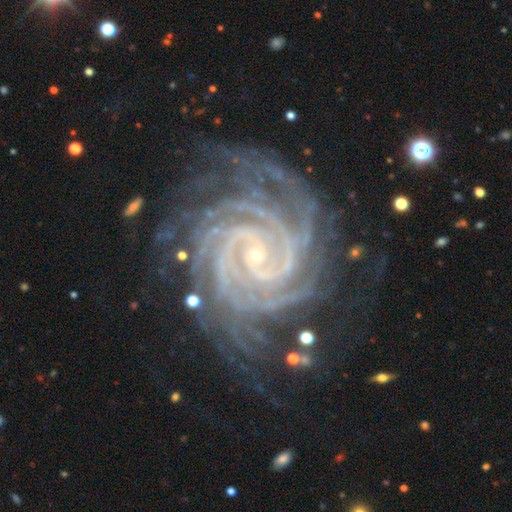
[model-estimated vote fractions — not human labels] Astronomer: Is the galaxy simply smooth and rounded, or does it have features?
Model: featured or disk — 93%.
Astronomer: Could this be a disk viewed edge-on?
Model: no — 98%.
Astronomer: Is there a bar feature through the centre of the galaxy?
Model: no — 49% (runner-up: weak, 31%).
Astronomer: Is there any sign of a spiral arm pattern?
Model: yes — 99%.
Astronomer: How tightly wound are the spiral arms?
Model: tight — 83%.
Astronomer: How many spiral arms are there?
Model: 4 — 27% (runner-up: more than 4, 21%).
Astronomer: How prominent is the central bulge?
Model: small — 86%.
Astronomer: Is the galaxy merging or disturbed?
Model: none — 72%.